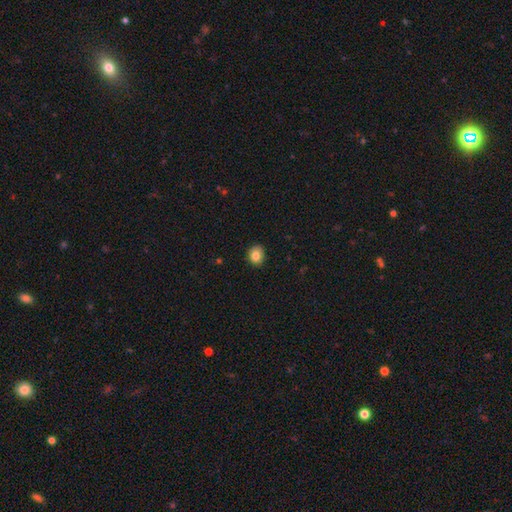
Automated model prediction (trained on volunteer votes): smooth-or-featured: smooth: 83% | star or artifact: 10% | featured or disk: 7%
  how-rounded: round: 70% | in between: 29% | cigar-shaped: 1%
  merging: none: 86% | minor disturbance: 11% | major disturbance: 2% | merger: 1%